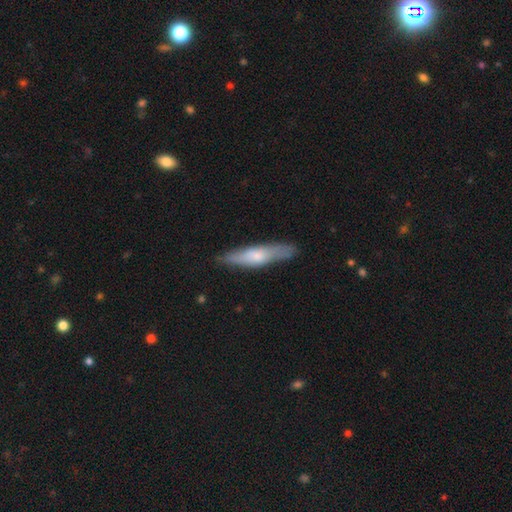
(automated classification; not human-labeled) Morphology: type=smooth (57%); roundness=cigar-shaped (81%); merging=none (82%).